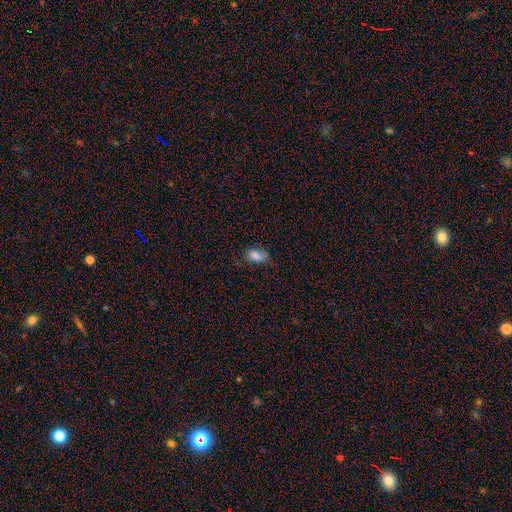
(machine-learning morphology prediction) This appears to be a smooth galaxy with no disk features (79%) that is in between round and cigar-shaped (87%). Merging: none (55%).